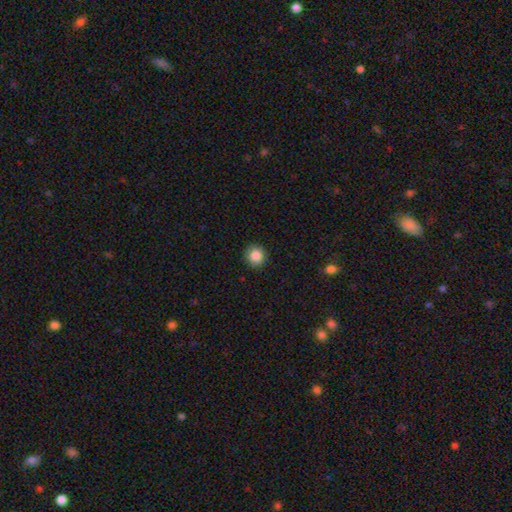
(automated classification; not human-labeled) Overall: smooth (86%). How rounded: round (92%). Merging: none (91%).